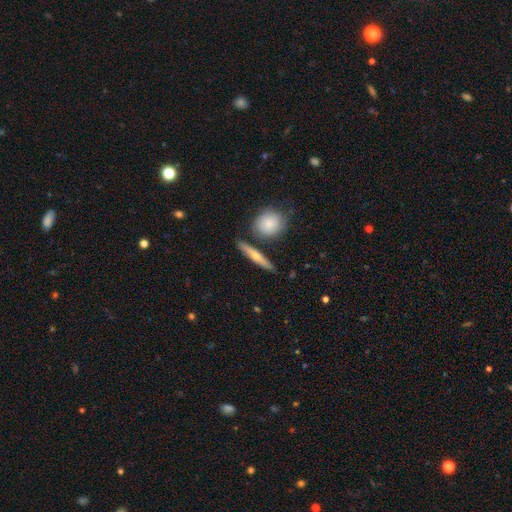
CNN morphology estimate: This is possibly a smooth galaxy (50%). Merging: likely none (79%).